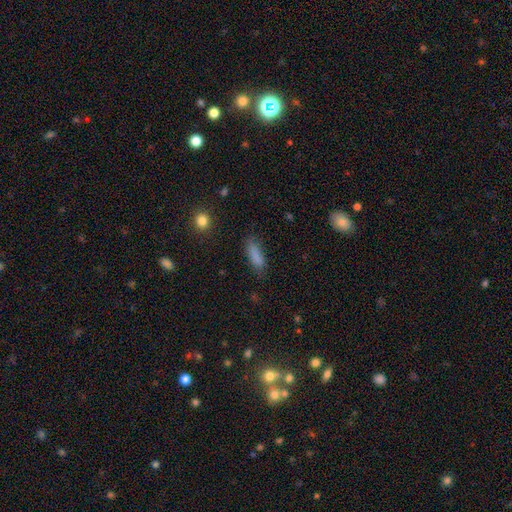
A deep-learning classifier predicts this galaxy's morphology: Smooth or featured? Predicted: smooth (p=0.83). How rounded? Predicted: in between (p=0.54). Merging? Predicted: none (p=0.72).